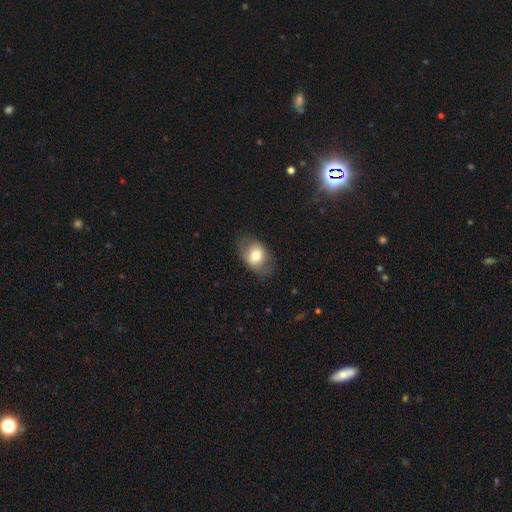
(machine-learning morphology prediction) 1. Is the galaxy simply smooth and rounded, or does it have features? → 71% smooth, 21% featured or disk, 8% star or artifact.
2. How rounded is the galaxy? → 73% in between, 26% round, 1% cigar-shaped.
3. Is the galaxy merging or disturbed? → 74% none, 18% minor disturbance, 7% major disturbance, 1% merger.